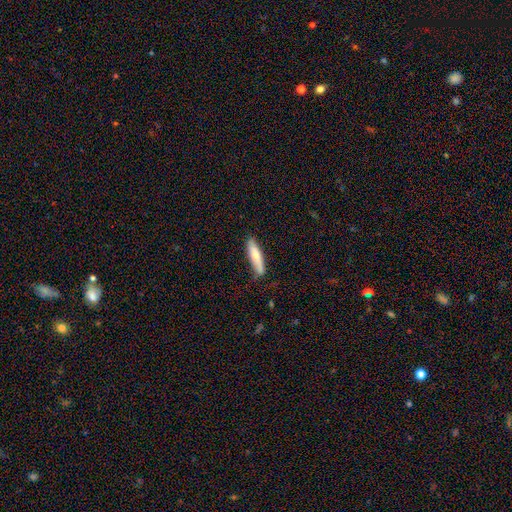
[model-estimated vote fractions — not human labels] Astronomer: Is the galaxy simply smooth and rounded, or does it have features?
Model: smooth — 72%.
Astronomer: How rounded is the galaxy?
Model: cigar-shaped — 77%.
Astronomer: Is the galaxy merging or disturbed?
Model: none — 74%.